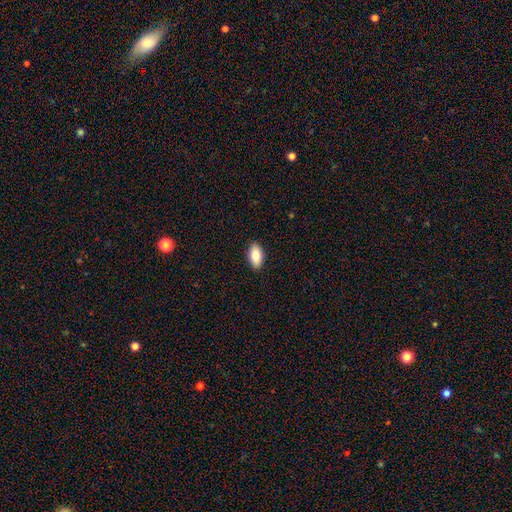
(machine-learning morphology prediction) Smooth or featured? smooth (81%)
How rounded? in between (92%)
Merging? none (90%)